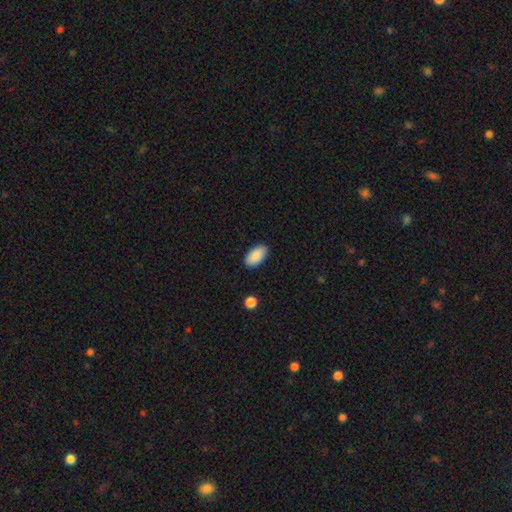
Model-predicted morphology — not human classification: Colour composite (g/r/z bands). It shows a smooth galaxy with no disk features (88%) that is in between round and cigar-shaped (95%). Merging: none (88%).